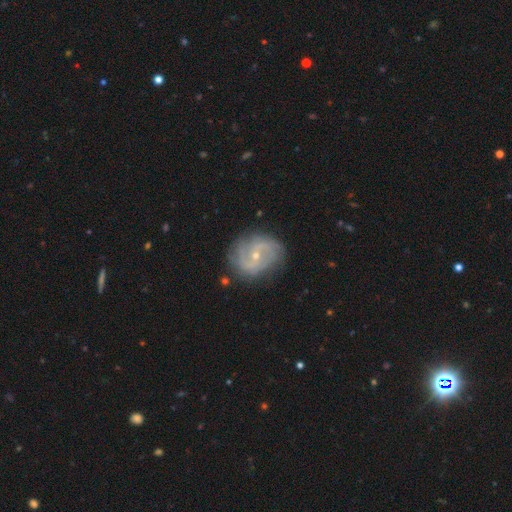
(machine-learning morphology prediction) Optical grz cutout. It shows a featured or disk galaxy (81%) with no bar (50%), 2 (59%) medium (43%) spiral arms (92%) and a small central bulge (69%). Merging: none (76%).